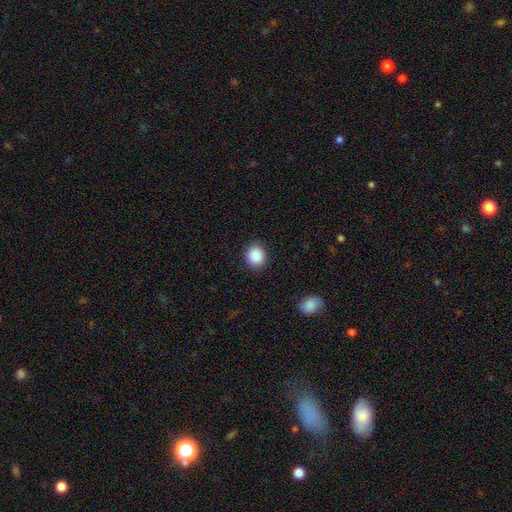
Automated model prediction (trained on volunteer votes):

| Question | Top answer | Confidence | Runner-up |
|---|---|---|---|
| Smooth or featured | smooth | 89% | star or artifact (8%) |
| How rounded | round | 73% | in between (26%) |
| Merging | none | 89% | minor disturbance (8%) |